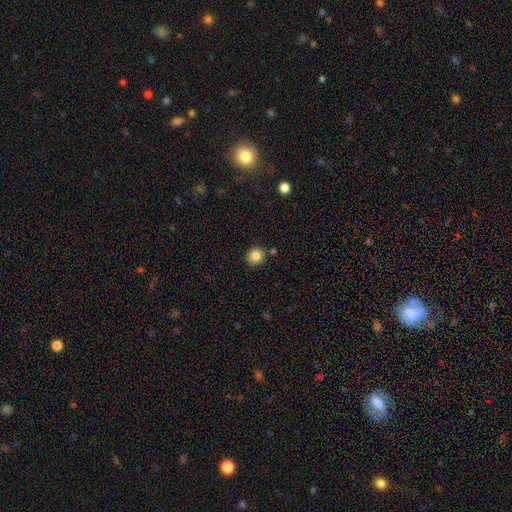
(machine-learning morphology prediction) A smooth galaxy with no disk features (84%) that is round (88%). Merging: none (87%).